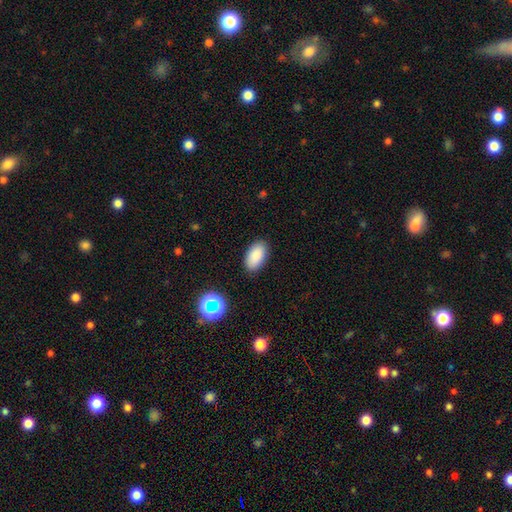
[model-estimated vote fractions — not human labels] The model was most divided on "smooth or featured": smooth: 87%, star or artifact: 8%, featured or disk: 5%. More confident: how rounded — in between (94%); merging — none (87%).